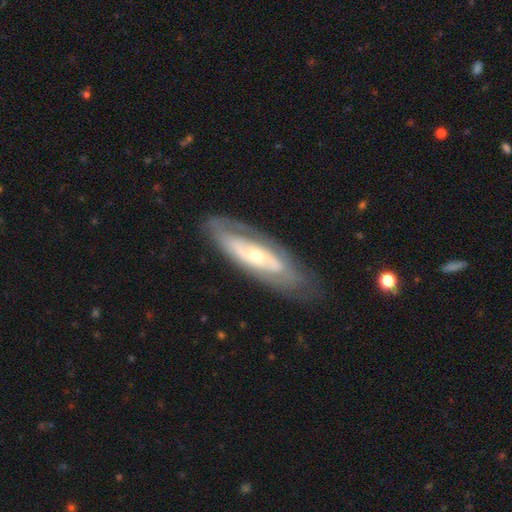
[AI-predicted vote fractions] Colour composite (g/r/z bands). It shows a featured or disk galaxy (71%) with no bar (74%), no spiral arms (53%) and a small central bulge (52%). Merging: none (76%).